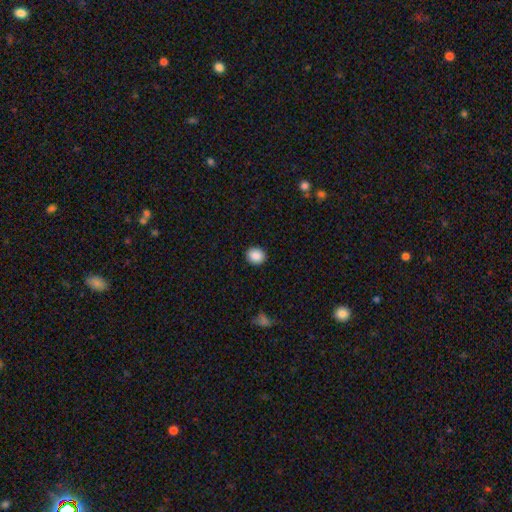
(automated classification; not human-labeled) Smooth or featured? Predicted: smooth (p=0.89). How rounded? Predicted: round (p=0.75). Merging? Predicted: none (p=0.91).